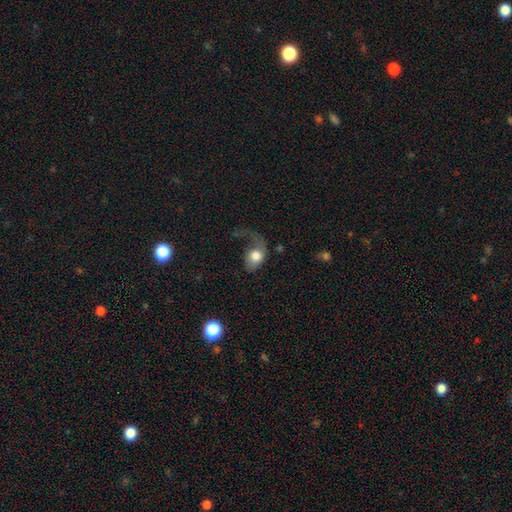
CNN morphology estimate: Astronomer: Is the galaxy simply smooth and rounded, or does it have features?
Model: smooth — 59%.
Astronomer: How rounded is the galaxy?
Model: in between — 65%.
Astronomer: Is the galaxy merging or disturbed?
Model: major disturbance — 58%.